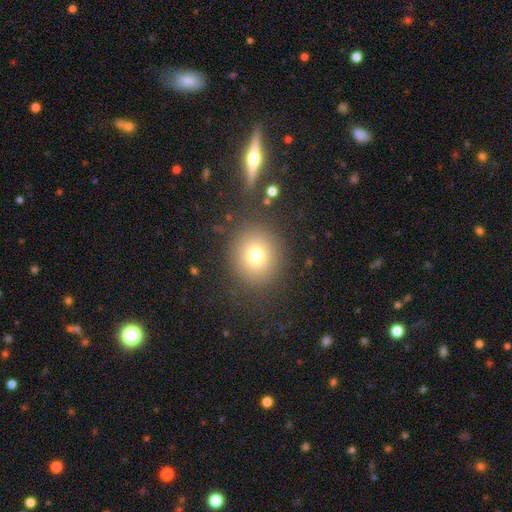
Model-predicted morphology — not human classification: Q: Smooth or featured?
A: smooth (73%); runner-up: star or artifact (16%)
Q: How rounded?
A: round (87%); runner-up: in between (12%)
Q: Merging?
A: none (85%); runner-up: minor disturbance (8%)